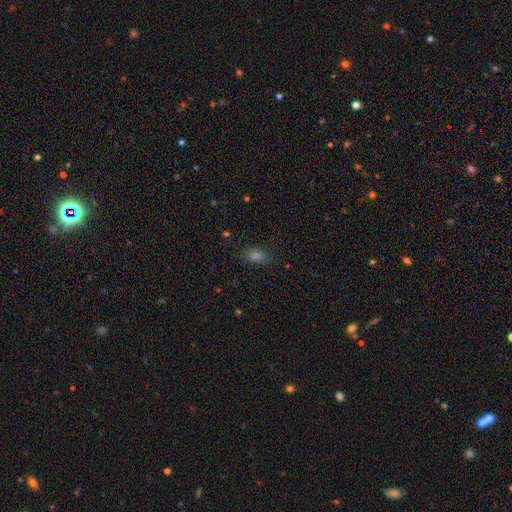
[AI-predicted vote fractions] This appears to be a smooth galaxy with no disk features (70%) that is in between round and cigar-shaped (78%). Merging: none (84%).